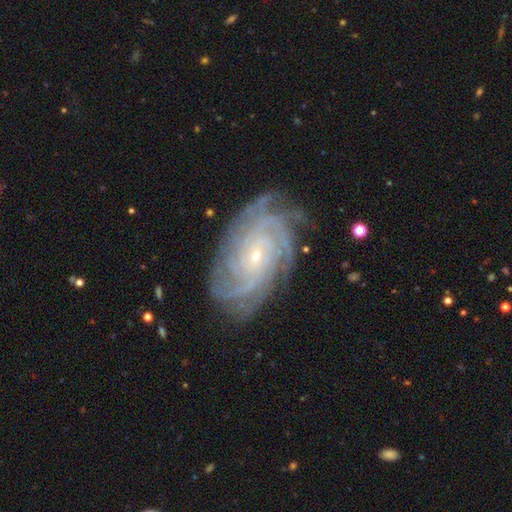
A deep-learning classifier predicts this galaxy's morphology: smooth_or_featured: featured or disk (p=0.89) [alt: star or artifact p=0.06]
disk_edge_on: no (p=0.97) [alt: yes p=0.03]
bar: no (p=0.73) [alt: weak p=0.20]
has_spiral_arms: yes (p=0.98) [alt: no p=0.02]
spiral_winding: tight (p=0.78) [alt: medium p=0.19]
spiral_arm_count: 4 (p=0.29) [alt: more than 4 p=0.26]
bulge_size: small (p=0.83) [alt: moderate p=0.13]
merging: none (p=0.81) [alt: minor disturbance p=0.14]